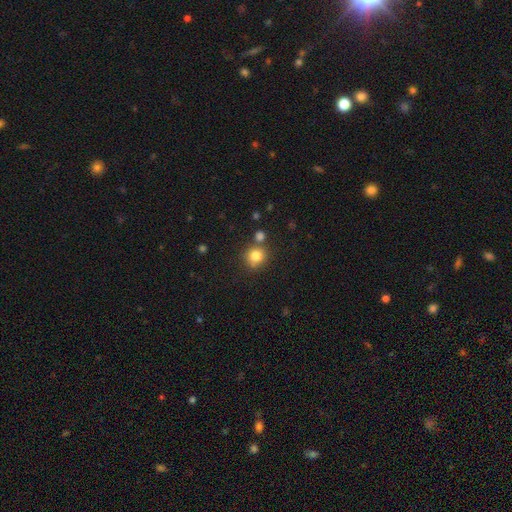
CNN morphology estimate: A smooth galaxy with no disk features (81%) that is round (87%). Merging: none (71%).